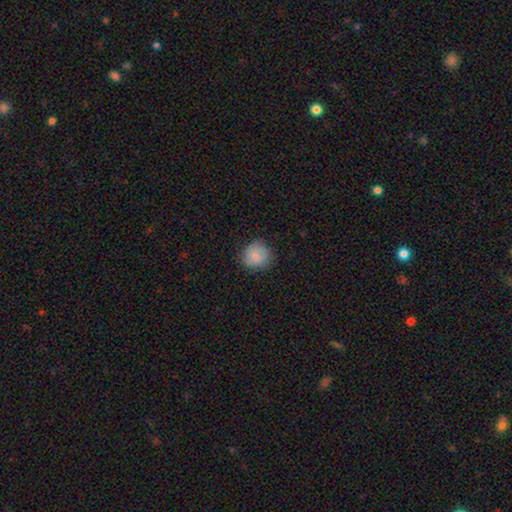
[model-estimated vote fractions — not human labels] Smooth or featured?
  - smooth: 83% *
  - featured or disk: 9%
  - star or artifact: 8%
How rounded?
  - round: 85% *
  - in between: 14%
  - cigar-shaped: 1%
Merging?
  - none: 78% *
  - minor disturbance: 17%
  - major disturbance: 4%
  - merger: 1%